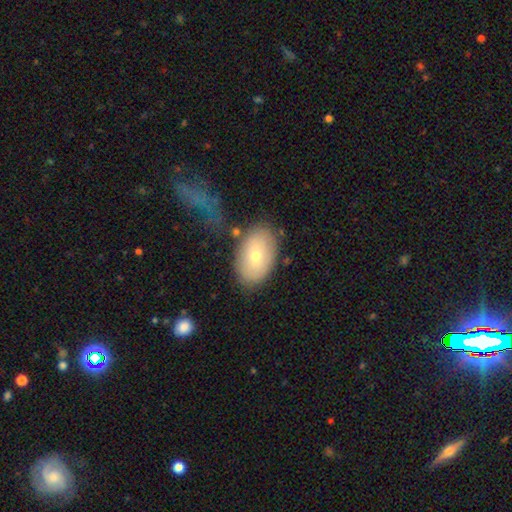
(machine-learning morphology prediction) A smooth galaxy with no disk features (67%) that is in between round and cigar-shaped (89%).

Vote fractions:
- Smooth or featured? smooth: 67% / featured or disk: 26% / star or artifact: 7%
- How rounded? in between: 89% / round: 10% / cigar-shaped: 1%
- Merging? none: 72% / minor disturbance: 15% / merger: 6% / major disturbance: 6%